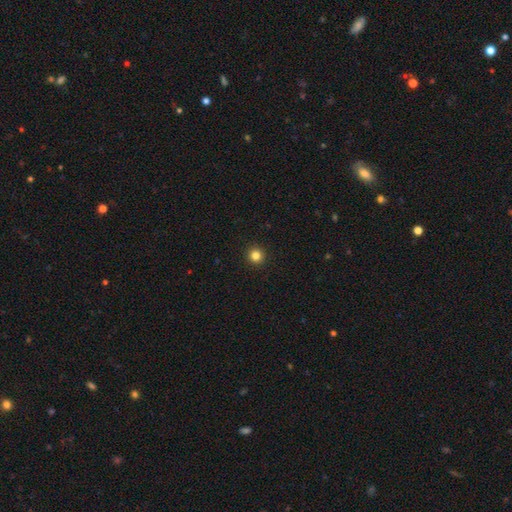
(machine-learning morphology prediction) smooth 83%, star or artifact 13%, featured or disk 4%. Down the decision tree: how rounded — round (95%); merging — none (94%).